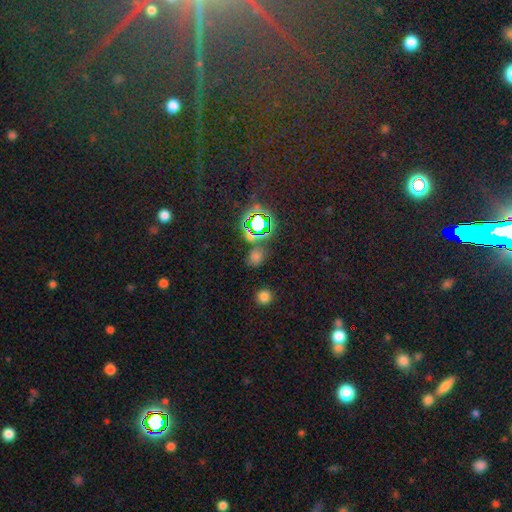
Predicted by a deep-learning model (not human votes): Smooth or featured? Predicted: smooth (p=0.49). Merging? Predicted: none (p=0.80).